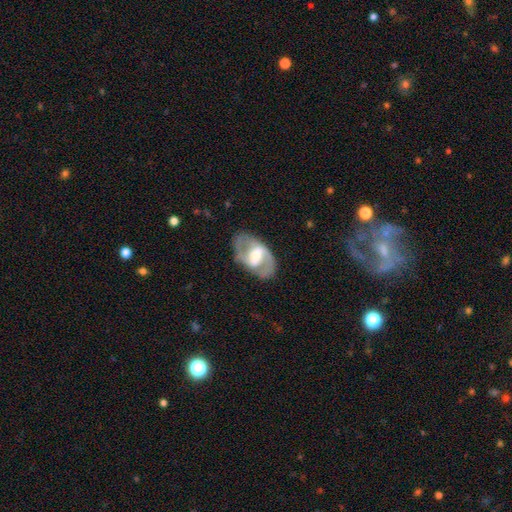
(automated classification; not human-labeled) This is clearly a featured or disk galaxy (81%). It is clearly not viewed edge-on (95%). Bar: possibly strong (50%). Spiral arm pattern: clearly yes (82%). Spiral arm count: clearly 2 (87%). Spiral winding: possibly medium (52%). Central bulge: possibly moderate (51%). Merging: likely none (80%).